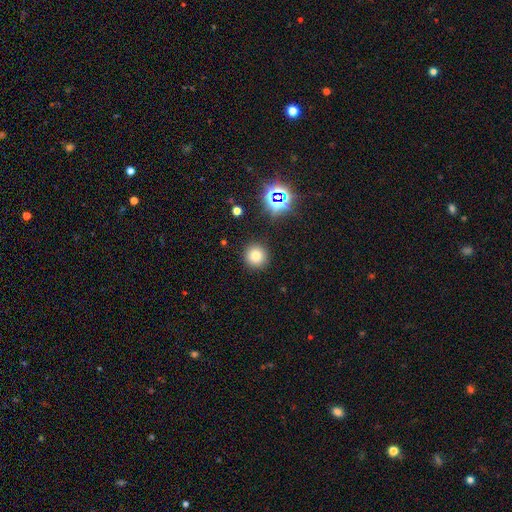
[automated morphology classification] The model was most divided on "smooth or featured": smooth: 75%, star or artifact: 18%, featured or disk: 7%. More confident: how rounded — round (94%); merging — none (90%).